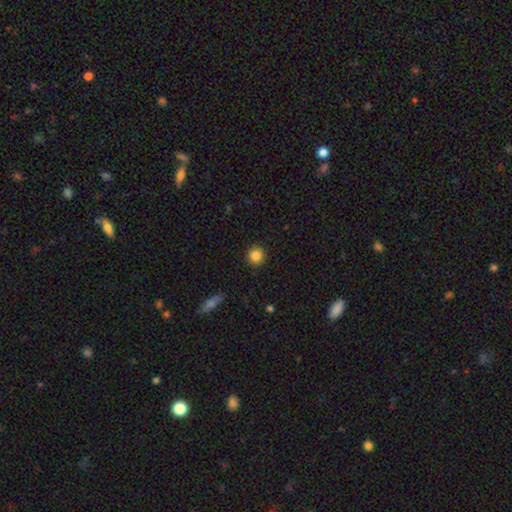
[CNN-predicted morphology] smooth_or_featured: smooth (p=0.85) [alt: star or artifact p=0.10]
how_rounded: round (p=0.93) [alt: in between p=0.06]
merging: none (p=0.91) [alt: minor disturbance p=0.06]